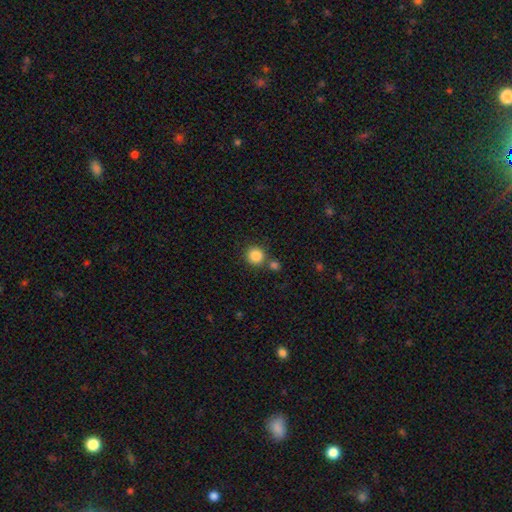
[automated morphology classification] Smooth or featured: smooth — 86% (star or artifact — 10%)
How rounded: round — 92% (in between — 7%)
Merging: none — 74% (merger — 16%)